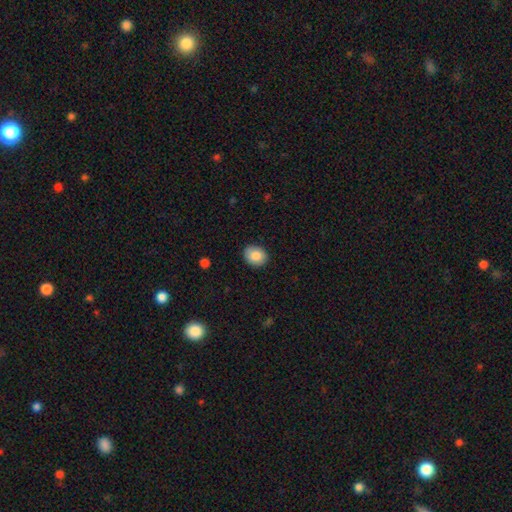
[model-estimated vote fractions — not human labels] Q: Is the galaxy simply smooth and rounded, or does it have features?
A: smooth — 84%.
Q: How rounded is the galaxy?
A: round — 50%.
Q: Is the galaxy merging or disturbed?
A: none — 88%.